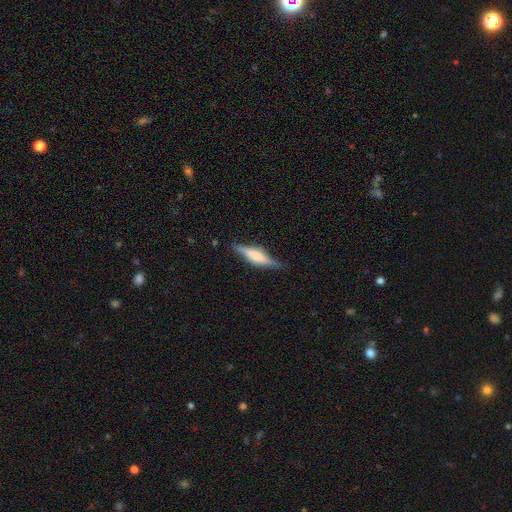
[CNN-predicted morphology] A featured or disk galaxy (54%) viewed edge-on (94%) with a rounded central bulge (47%). Merging: none (79%).